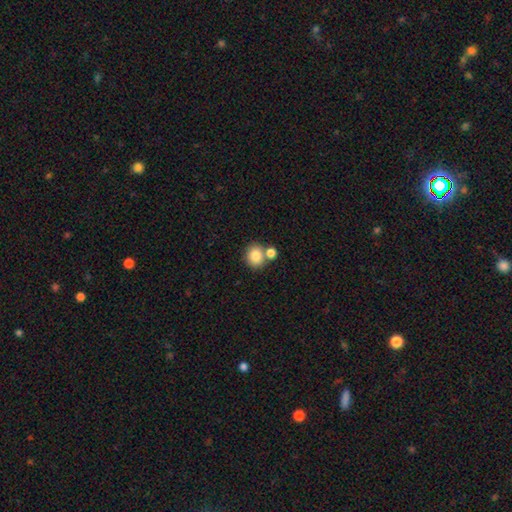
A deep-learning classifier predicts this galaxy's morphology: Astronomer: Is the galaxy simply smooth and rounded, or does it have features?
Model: smooth — 83%.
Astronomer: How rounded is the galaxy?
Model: round — 77%.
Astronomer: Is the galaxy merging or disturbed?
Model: none — 58%.